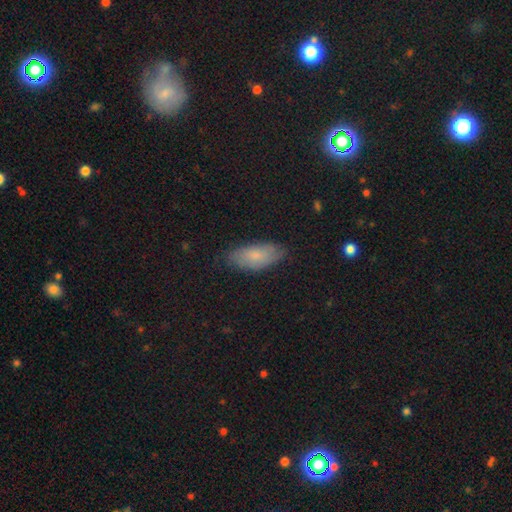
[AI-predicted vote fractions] Overall: smooth (76%). How rounded: in between (86%). Merging: none (79%).